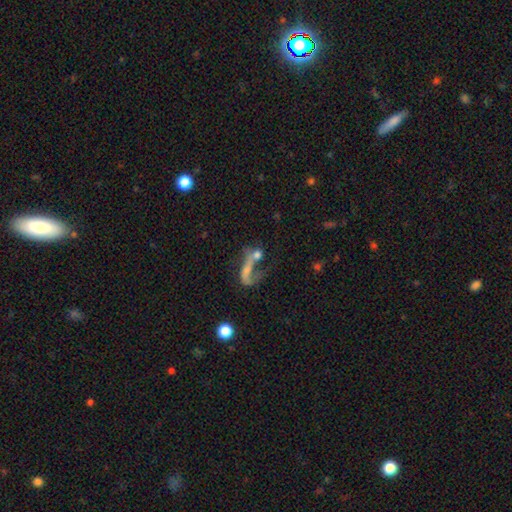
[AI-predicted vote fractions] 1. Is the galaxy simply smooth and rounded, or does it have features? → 43% featured or disk, 42% smooth, 16% star or artifact.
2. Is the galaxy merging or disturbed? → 39% merger, 30% major disturbance, 22% none, 10% minor disturbance.